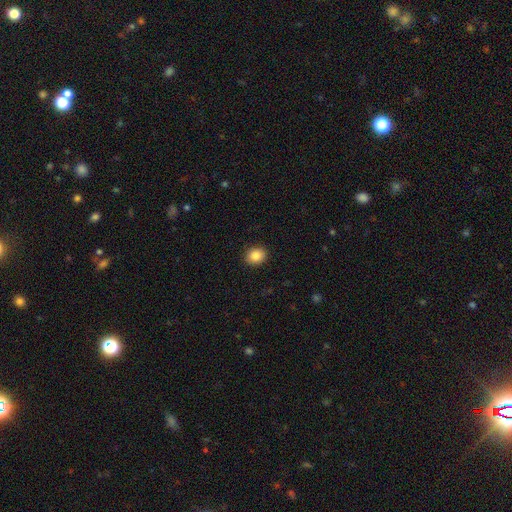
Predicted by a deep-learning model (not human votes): Smooth or featured?
  - smooth: 86% *
  - star or artifact: 9%
  - featured or disk: 5%
How rounded?
  - round: 62% *
  - in between: 38%
  - cigar-shaped: 1%
Merging?
  - none: 91% *
  - minor disturbance: 6%
  - major disturbance: 2%
  - merger: 1%